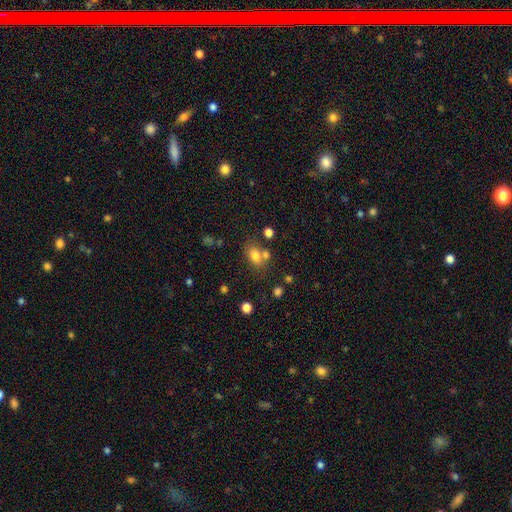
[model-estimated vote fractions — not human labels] This is likely a smooth galaxy (77%). How rounded: likely in between (75%). Merging: possibly none (54%).